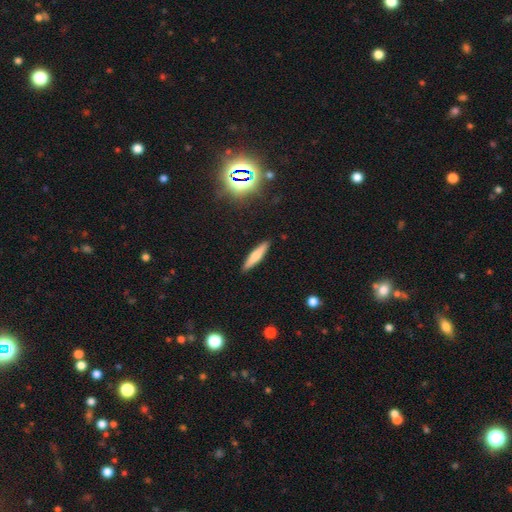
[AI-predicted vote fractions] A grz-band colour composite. It shows a smooth galaxy with no disk features (62%) that is cigar-shaped (85%). Merging: none (90%).